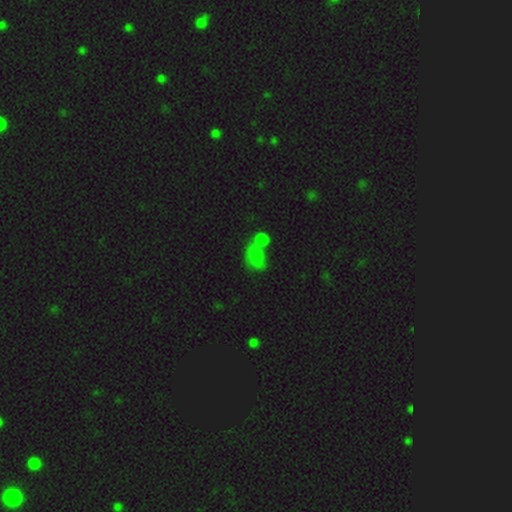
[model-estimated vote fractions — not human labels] Smooth or featured: smooth — 75% (star or artifact — 15%)
How rounded: in between — 71% (round — 27%)
Merging: merger — 46% (none — 30%)